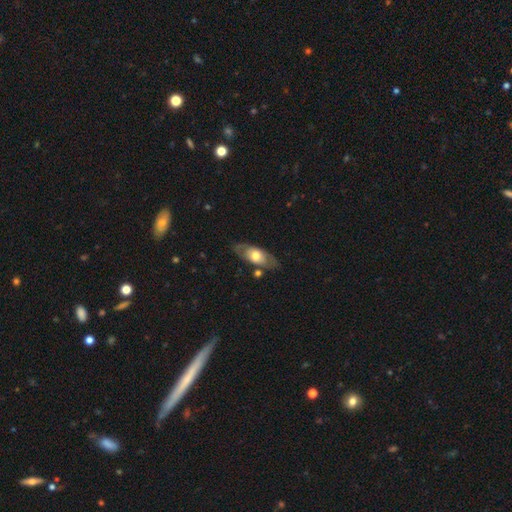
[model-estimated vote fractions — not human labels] Morphology: type=featured or disk (47%, tied with smooth); merging=none (73%).